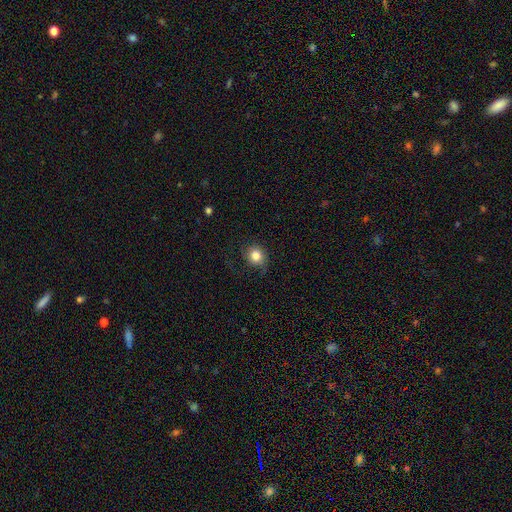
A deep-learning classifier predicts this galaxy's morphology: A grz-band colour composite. It shows a smooth galaxy with no disk features (82%) that is round (79%). Merging: none (73%).